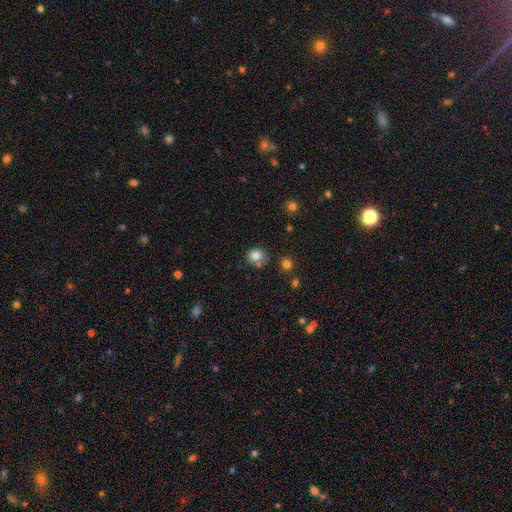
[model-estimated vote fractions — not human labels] Smooth or featured? Predicted: smooth (p=0.81). How rounded? Predicted: round (p=0.80). Merging? Predicted: none (p=0.72).